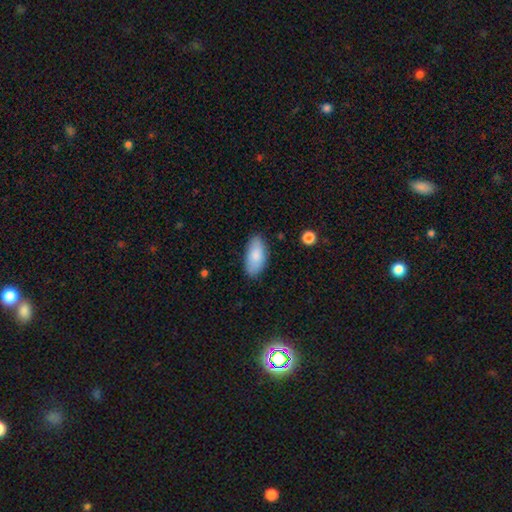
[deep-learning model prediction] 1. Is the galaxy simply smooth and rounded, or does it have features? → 85% smooth, 9% featured or disk, 6% star or artifact.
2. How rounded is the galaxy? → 92% in between, 6% cigar-shaped, 2% round.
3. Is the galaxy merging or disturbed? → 83% none, 13% minor disturbance, 3% major disturbance, 1% merger.